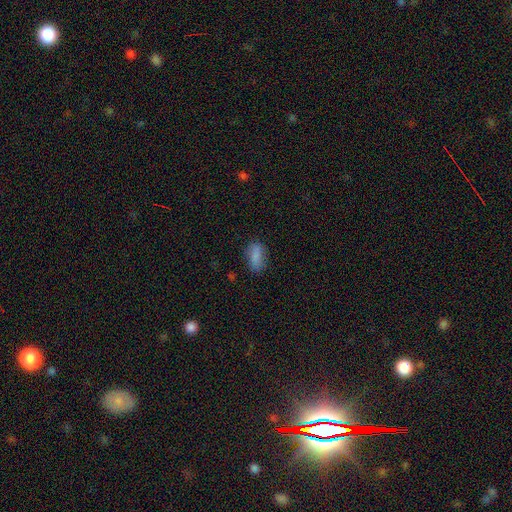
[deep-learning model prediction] Overall: smooth (83%). How rounded: in between (86%). Merging: none (75%).